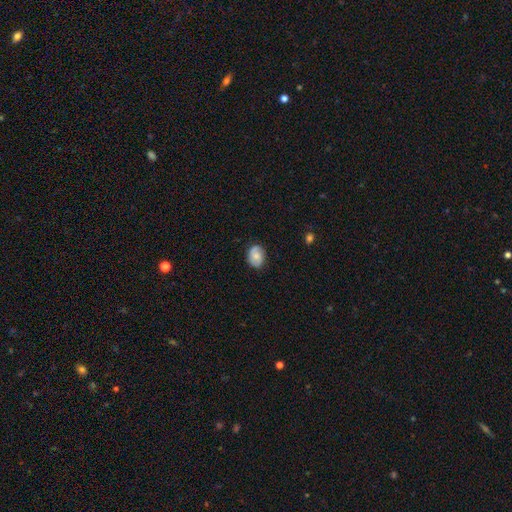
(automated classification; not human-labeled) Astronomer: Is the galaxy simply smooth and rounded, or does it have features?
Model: smooth — 61%.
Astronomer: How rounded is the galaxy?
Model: in between — 61% (runner-up: round, 38%).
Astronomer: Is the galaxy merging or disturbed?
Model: none — 79%.